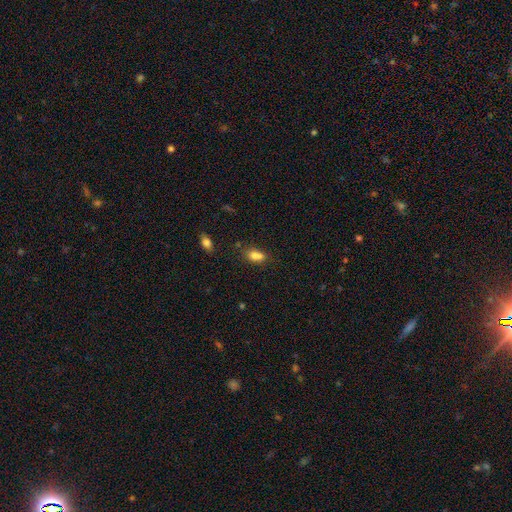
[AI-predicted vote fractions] Q: Smooth or featured?
A: smooth (76%); runner-up: star or artifact (12%)
Q: How rounded?
A: in between (75%); runner-up: round (20%)
Q: Merging?
A: none (42%); runner-up: merger (38%)